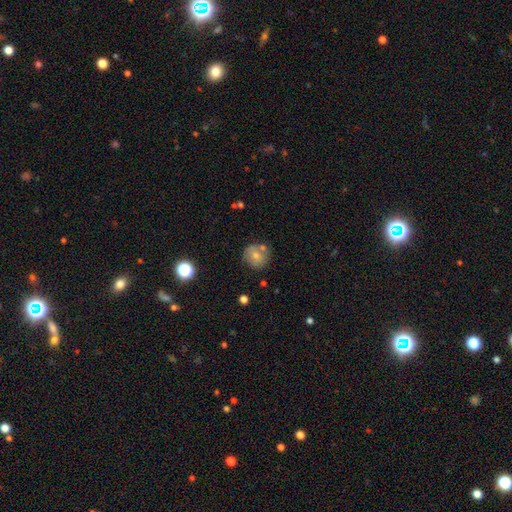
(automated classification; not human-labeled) smooth-or-featured: smooth: 66% | featured or disk: 24% | star or artifact: 11%
  how-rounded: round: 89% | in between: 10% | cigar-shaped: 1%
  merging: none: 65% | merger: 16% | minor disturbance: 15% | major disturbance: 4%